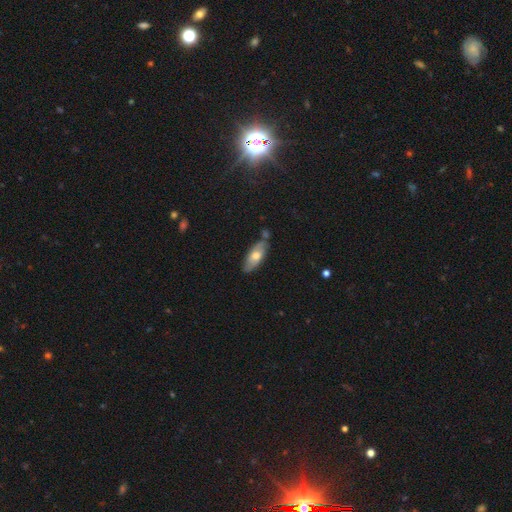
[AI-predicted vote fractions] Overall: smooth (57%; featured or disk 36%). How rounded: in between (75%). Merging: none (69%).